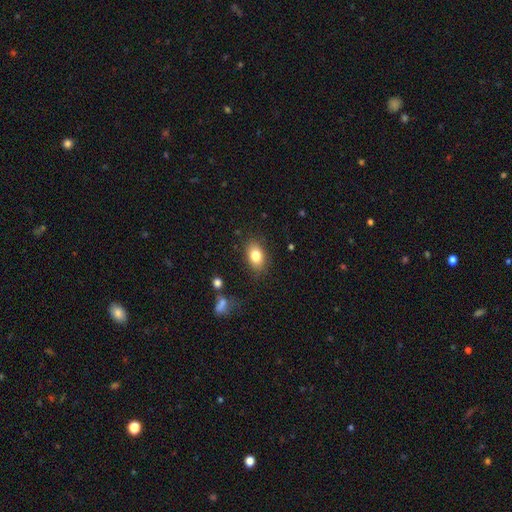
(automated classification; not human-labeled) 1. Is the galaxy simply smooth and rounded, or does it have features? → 81% smooth, 10% featured or disk, 9% star or artifact.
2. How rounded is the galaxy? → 83% in between, 15% round, 2% cigar-shaped.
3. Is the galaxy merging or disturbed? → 83% none, 12% minor disturbance, 3% major disturbance, 2% merger.